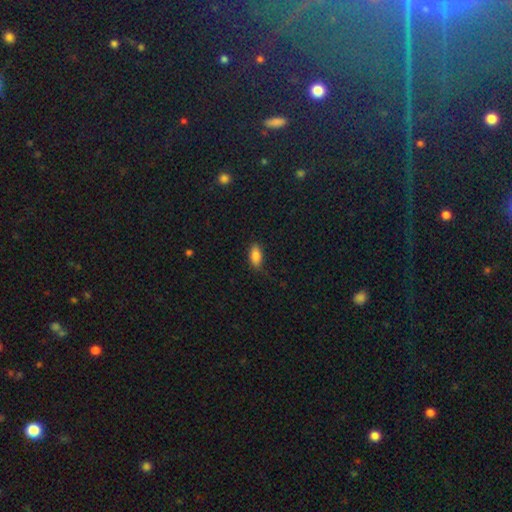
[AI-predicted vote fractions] This appears to be a smooth galaxy with no disk features (86%) that is in between round and cigar-shaped (89%). Merging: none (79%).